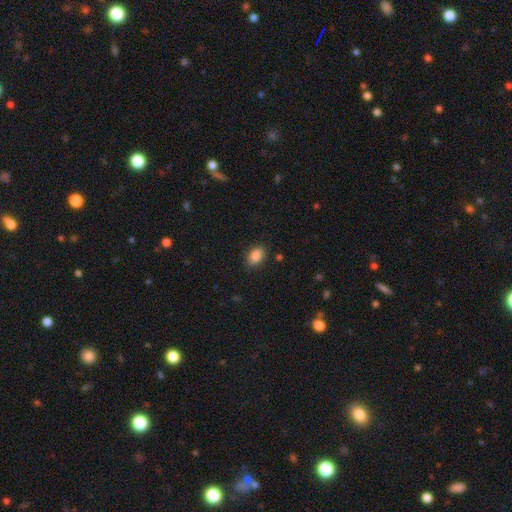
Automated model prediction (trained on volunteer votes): Smooth or featured? Predicted: smooth (p=0.87). How rounded? Predicted: in between (p=0.83). Merging? Predicted: none (p=0.86).